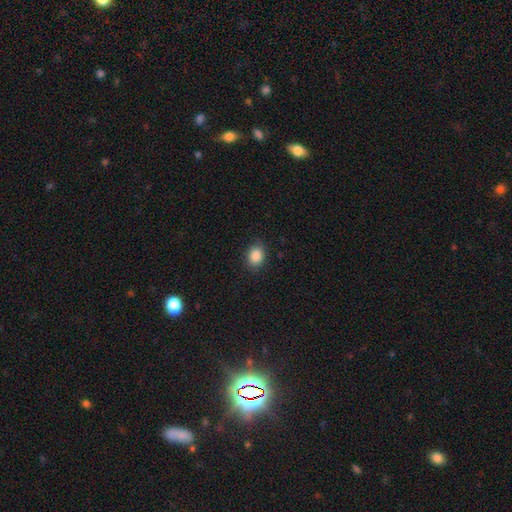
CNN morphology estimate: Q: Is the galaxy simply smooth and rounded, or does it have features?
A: smooth — 87%.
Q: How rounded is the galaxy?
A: in between — 51%.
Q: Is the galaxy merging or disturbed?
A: none — 86%.